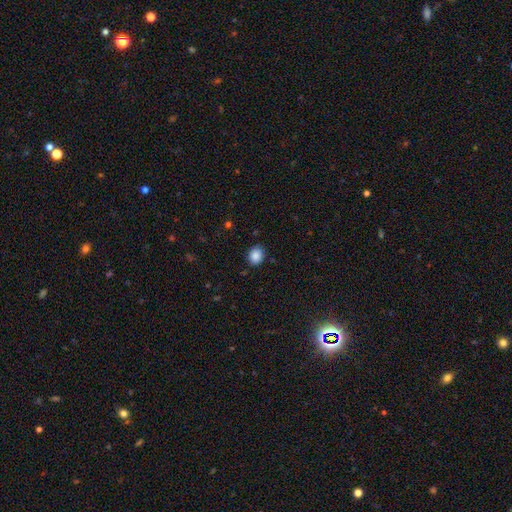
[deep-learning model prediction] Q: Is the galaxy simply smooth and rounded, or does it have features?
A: smooth — 88%.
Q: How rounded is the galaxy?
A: round — 56%.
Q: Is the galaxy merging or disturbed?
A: none — 85%.